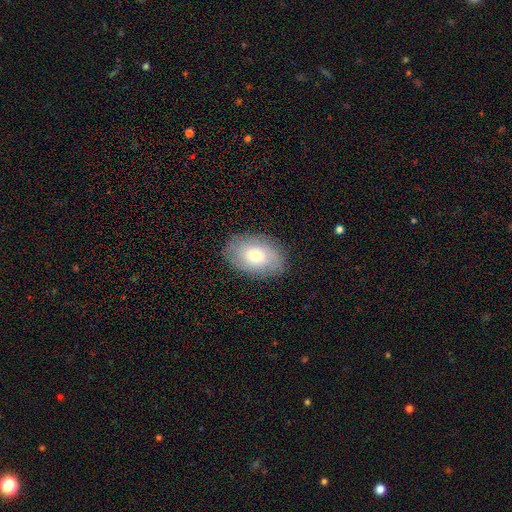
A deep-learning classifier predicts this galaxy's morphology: The model was most divided on "smooth or featured": smooth: 66%, featured or disk: 26%, star or artifact: 8%. More confident: how rounded — in between (89%); merging — none (85%).